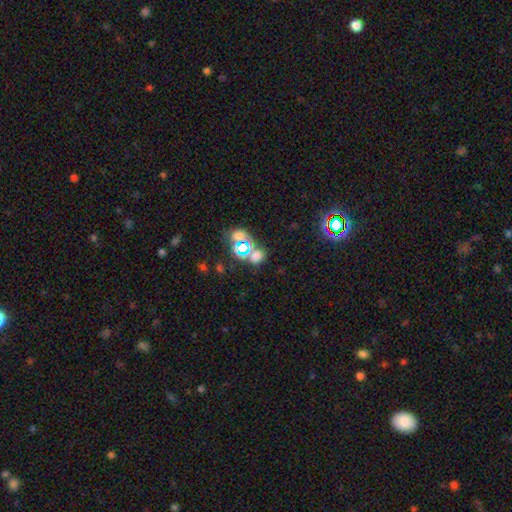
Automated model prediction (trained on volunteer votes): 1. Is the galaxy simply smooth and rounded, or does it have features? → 51% smooth, 40% star or artifact, 9% featured or disk.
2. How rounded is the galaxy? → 64% round, 35% in between, 1% cigar-shaped.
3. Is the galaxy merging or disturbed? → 54% none, 29% merger, 10% minor disturbance, 6% major disturbance.